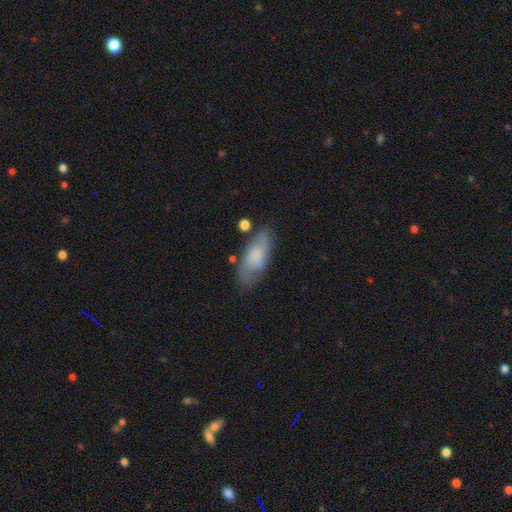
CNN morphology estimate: Overall: smooth (58%; featured or disk 34%). How rounded: in between (80%). Merging: none (68%).